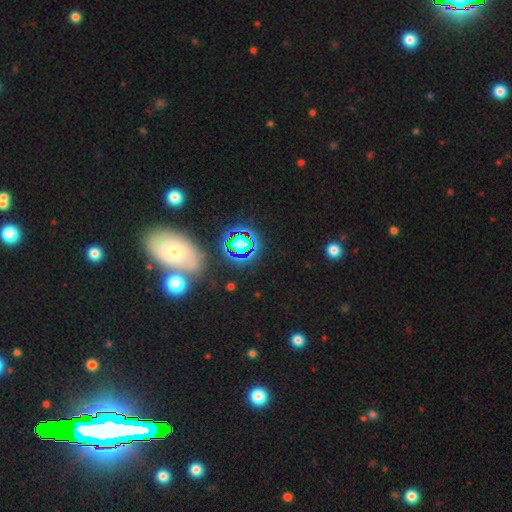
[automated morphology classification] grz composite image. It shows a star or artifact, not a galaxy (43%).